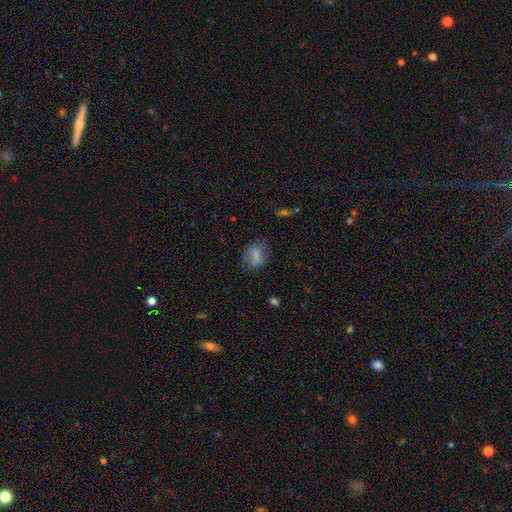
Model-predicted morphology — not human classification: type=smooth (73%); roundness=in between (72%); merging=none (66%).